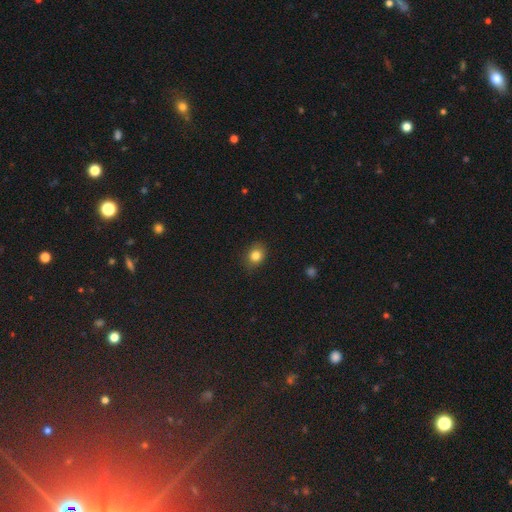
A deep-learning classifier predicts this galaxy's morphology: Smooth or featured?
  - smooth: 83% *
  - star or artifact: 11%
  - featured or disk: 6%
How rounded?
  - round: 57% *
  - in between: 42%
  - cigar-shaped: 1%
Merging?
  - none: 85% *
  - minor disturbance: 12%
  - major disturbance: 3%
  - merger: 1%